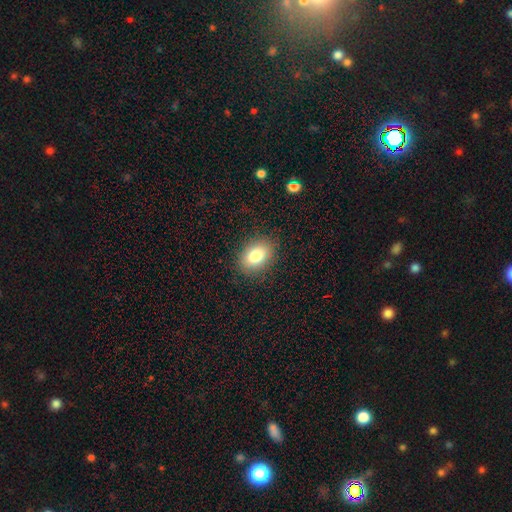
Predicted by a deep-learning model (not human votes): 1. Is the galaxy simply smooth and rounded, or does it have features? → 81% smooth, 10% featured or disk, 9% star or artifact.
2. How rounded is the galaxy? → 77% in between, 22% round, 1% cigar-shaped.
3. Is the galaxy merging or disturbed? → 87% none, 9% minor disturbance, 3% major disturbance, 1% merger.